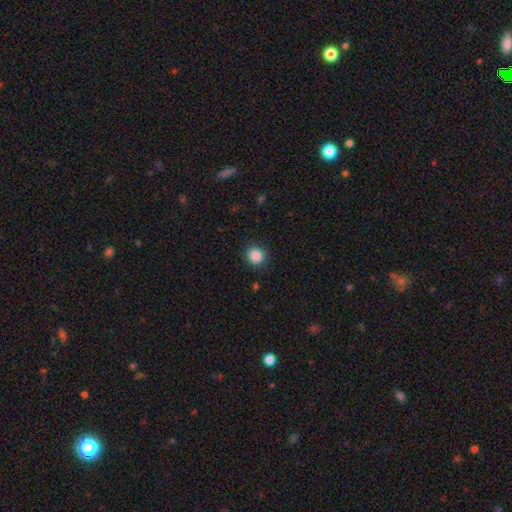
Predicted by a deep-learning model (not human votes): A smooth galaxy with no disk features (87%) that is round (88%). Merging: none (89%).